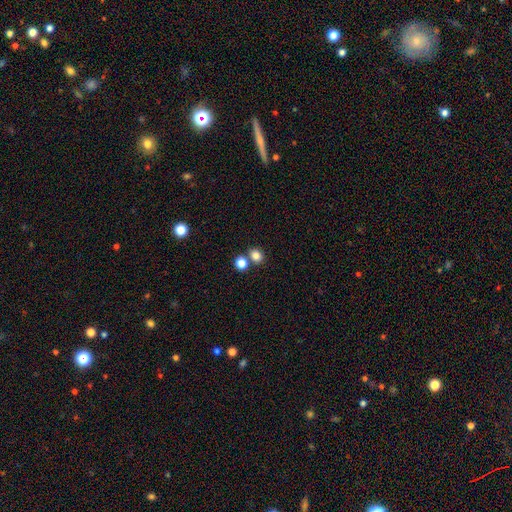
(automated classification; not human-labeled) Smooth or featured? smooth (82%)
How rounded? round (68%)
Merging? none (67%)